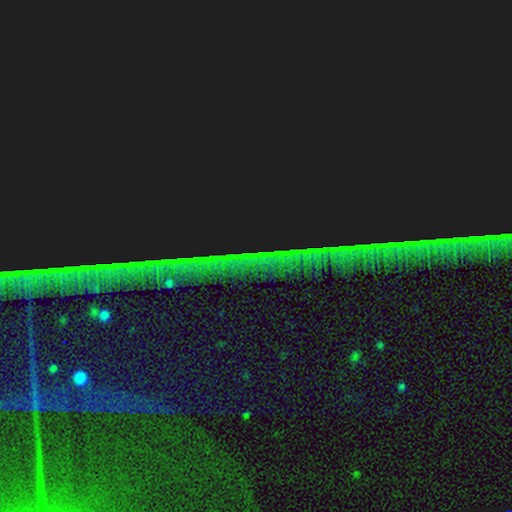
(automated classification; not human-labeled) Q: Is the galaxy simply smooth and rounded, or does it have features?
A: star or artifact — 83%.